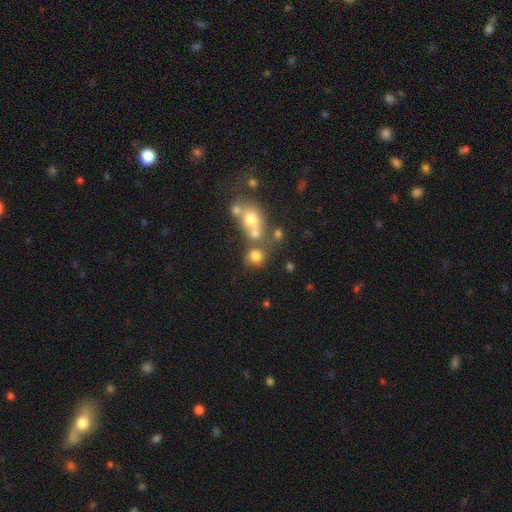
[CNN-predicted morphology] type=smooth (73%); roundness=round (81%); merging=none (52%).